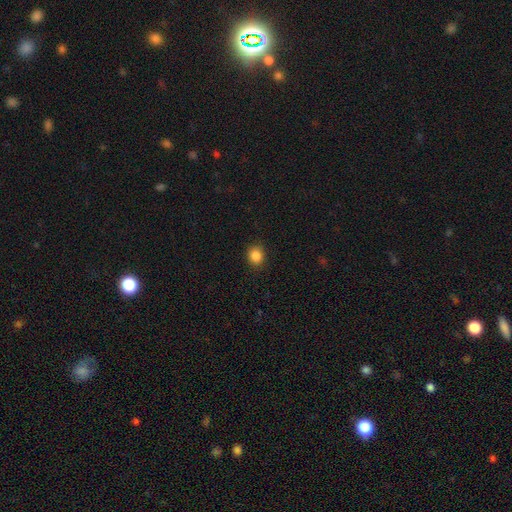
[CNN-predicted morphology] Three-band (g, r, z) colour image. It shows a smooth galaxy with no disk features (86%) that is round (70%). Merging: none (89%).